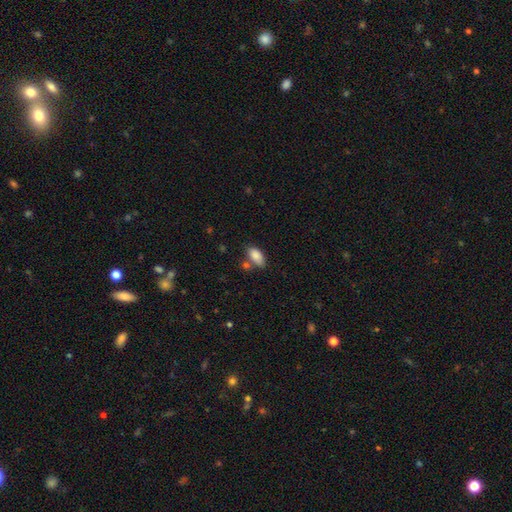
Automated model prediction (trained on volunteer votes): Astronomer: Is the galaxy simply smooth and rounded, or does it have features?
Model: smooth — 86%.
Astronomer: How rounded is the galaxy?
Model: in between — 91%.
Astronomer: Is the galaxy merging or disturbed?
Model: none — 60%.